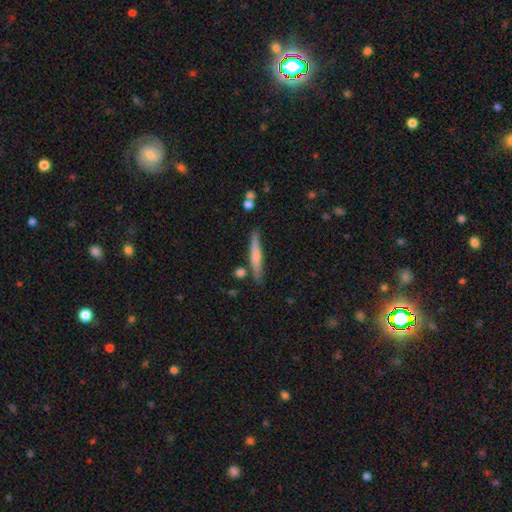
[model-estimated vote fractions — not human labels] Q: Smooth or featured?
A: smooth (56%); runner-up: featured or disk (38%)
Q: How rounded?
A: cigar-shaped (92%); runner-up: in between (7%)
Q: Merging?
A: none (79%); runner-up: minor disturbance (13%)